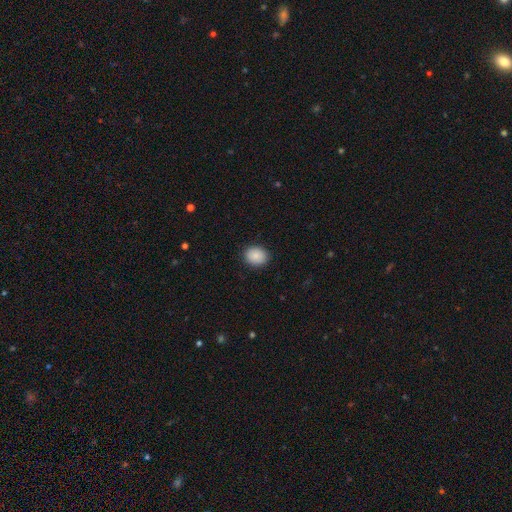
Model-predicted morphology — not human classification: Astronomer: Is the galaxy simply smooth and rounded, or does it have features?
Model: smooth — 89%.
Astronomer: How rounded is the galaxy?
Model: round — 52% (runner-up: in between, 47%).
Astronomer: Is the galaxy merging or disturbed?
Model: none — 90%.